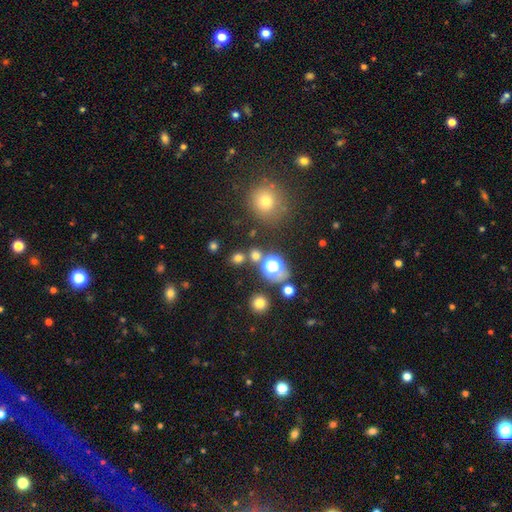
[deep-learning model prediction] Q: Smooth or featured?
A: smooth (64%); runner-up: star or artifact (29%)
Q: How rounded?
A: round (81%); runner-up: in between (18%)
Q: Merging?
A: none (75%); runner-up: merger (12%)